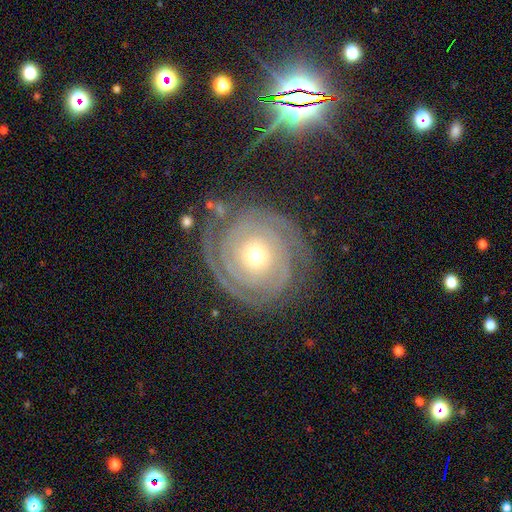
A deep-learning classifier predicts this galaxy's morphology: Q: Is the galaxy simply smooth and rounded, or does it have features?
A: featured or disk — 87%.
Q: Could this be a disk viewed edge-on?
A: no — 97%.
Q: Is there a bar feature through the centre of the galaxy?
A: no — 80%.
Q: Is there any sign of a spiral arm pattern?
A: yes — 95%.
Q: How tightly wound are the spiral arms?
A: tight — 82%.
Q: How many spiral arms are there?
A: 2 — 56%.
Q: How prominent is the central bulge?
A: moderate — 49%.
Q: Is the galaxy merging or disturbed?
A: none — 77%.